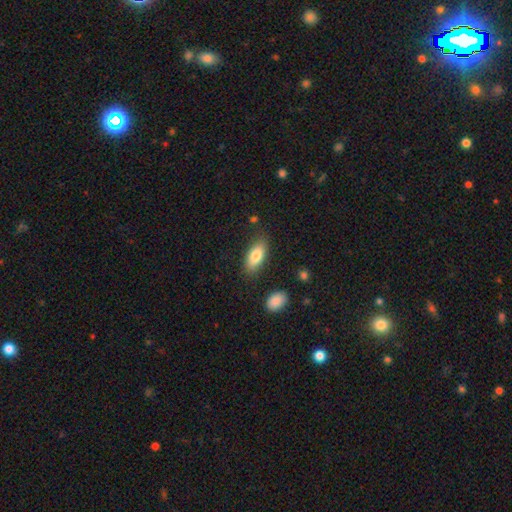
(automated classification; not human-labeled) smooth_or_featured: smooth (p=0.81) [alt: featured or disk p=0.13]
how_rounded: in between (p=0.84) [alt: cigar-shaped p=0.13]
merging: none (p=0.80) [alt: minor disturbance p=0.14]